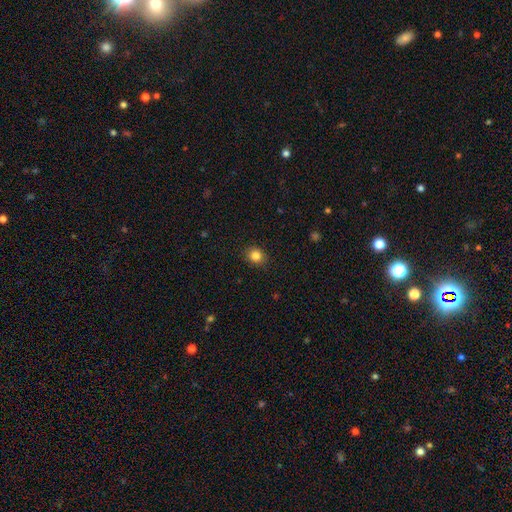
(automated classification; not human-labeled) This is clearly a smooth galaxy (84%). How rounded: likely round (77%). Merging: clearly none (89%).